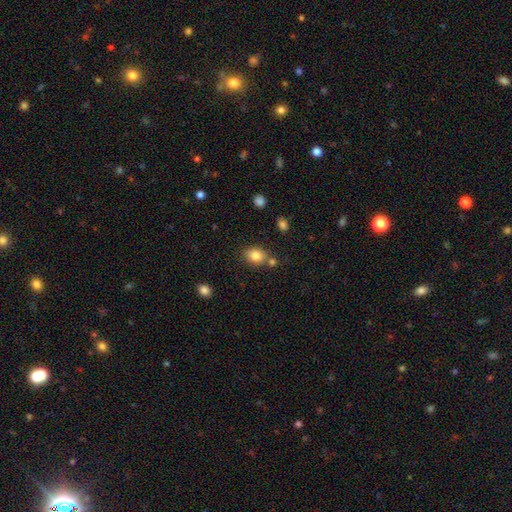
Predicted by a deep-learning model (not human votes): Smooth or featured? Predicted: smooth (p=0.83). How rounded? Predicted: in between (p=0.60). Merging? Predicted: none (p=0.71).